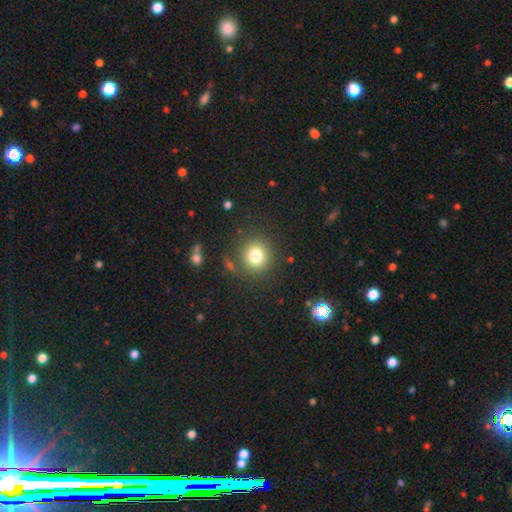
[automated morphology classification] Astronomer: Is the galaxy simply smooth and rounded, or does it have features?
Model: smooth — 79%.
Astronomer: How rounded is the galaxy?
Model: round — 89%.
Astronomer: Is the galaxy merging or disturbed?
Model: none — 84%.